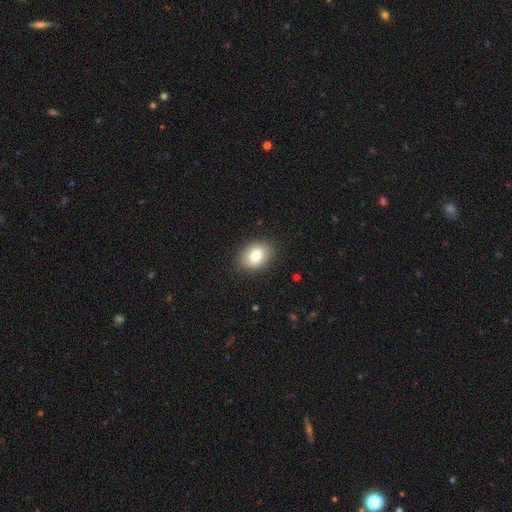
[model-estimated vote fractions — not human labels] A smooth galaxy with no disk features (78%) that is in between round and cigar-shaped (76%). Merging: none (87%).